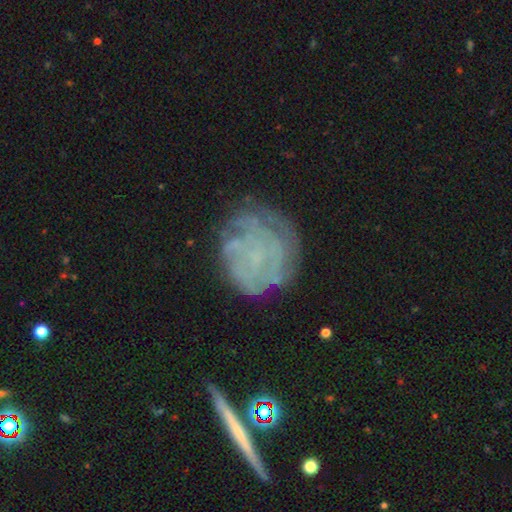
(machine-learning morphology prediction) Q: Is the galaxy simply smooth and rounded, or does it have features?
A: featured or disk — 63%.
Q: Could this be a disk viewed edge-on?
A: no — 96%.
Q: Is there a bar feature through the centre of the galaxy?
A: no — 81%.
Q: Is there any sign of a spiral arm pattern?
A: yes — 65%.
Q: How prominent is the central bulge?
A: none — 58%.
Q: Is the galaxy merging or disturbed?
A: none — 67%.